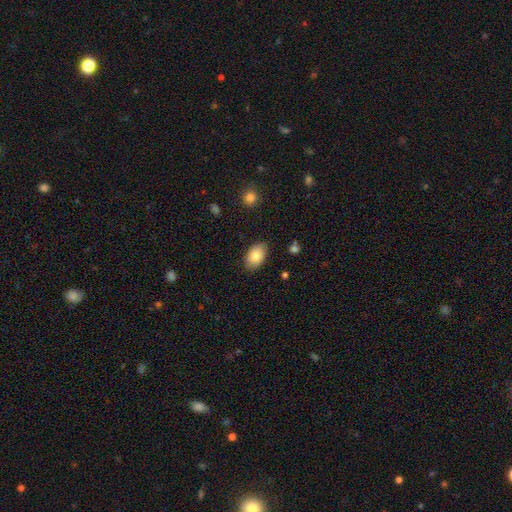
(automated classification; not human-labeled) A smooth galaxy with no disk features (84%) that is in between round and cigar-shaped (91%). Merging: none (84%).